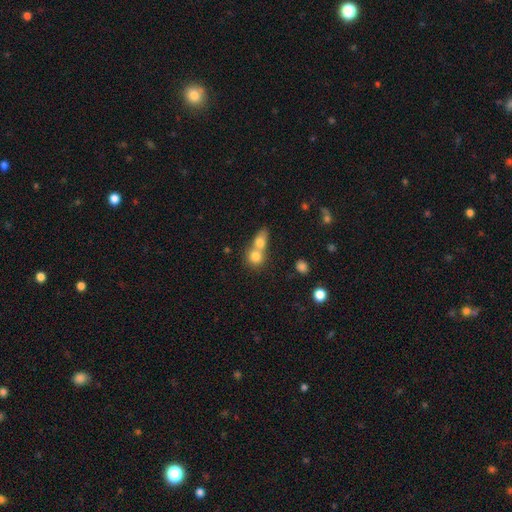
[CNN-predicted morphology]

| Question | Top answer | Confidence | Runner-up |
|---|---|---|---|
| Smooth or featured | smooth | 76% | featured or disk (14%) |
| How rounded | round | 70% | in between (27%) |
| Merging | merger | 66% | none (25%) |